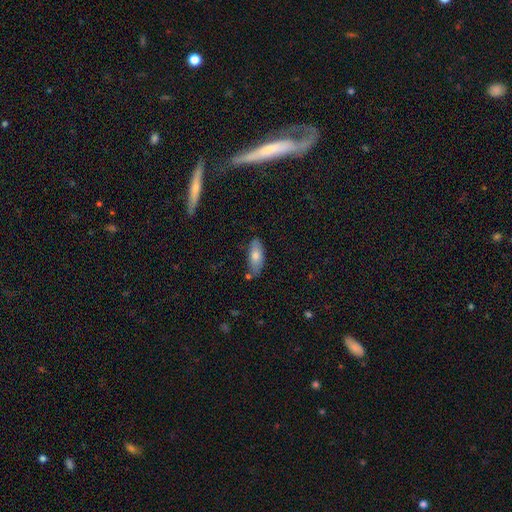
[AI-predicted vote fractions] Q: Smooth or featured?
A: smooth (75%); runner-up: featured or disk (18%)
Q: How rounded?
A: in between (79%); runner-up: cigar-shaped (18%)
Q: Merging?
A: none (73%); runner-up: minor disturbance (18%)